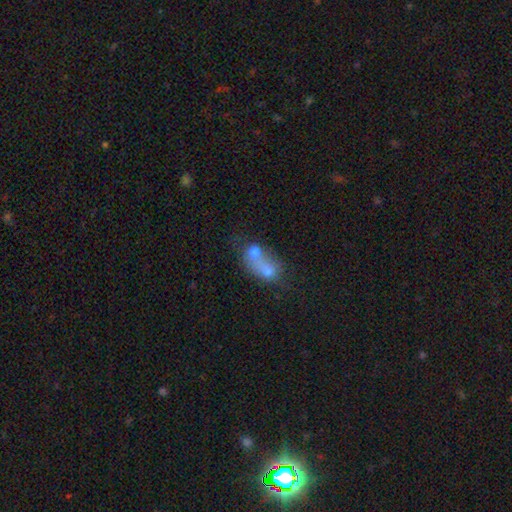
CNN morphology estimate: This is likely a smooth galaxy (63%). How rounded: likely in between (65%). Merging: likely merger (66%).